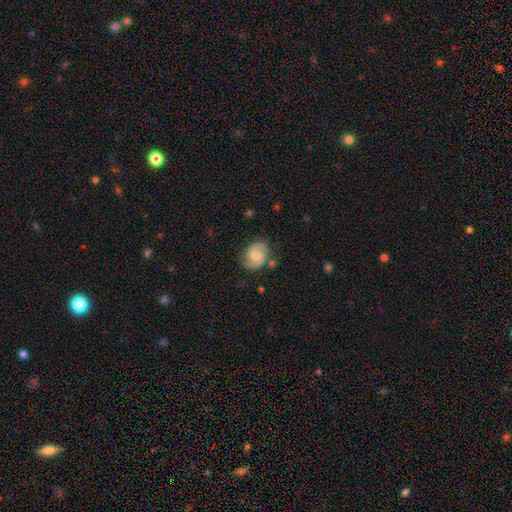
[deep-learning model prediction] This is likely a featured or disk galaxy (67%). It is clearly not viewed edge-on (97%). Bar: possibly no (52%). Spiral arm pattern: clearly yes (89%). Spiral arm count: clearly 2 (87%). Spiral winding: possibly medium (50%). Central bulge: likely moderate (69%). Merging: likely none (75%).